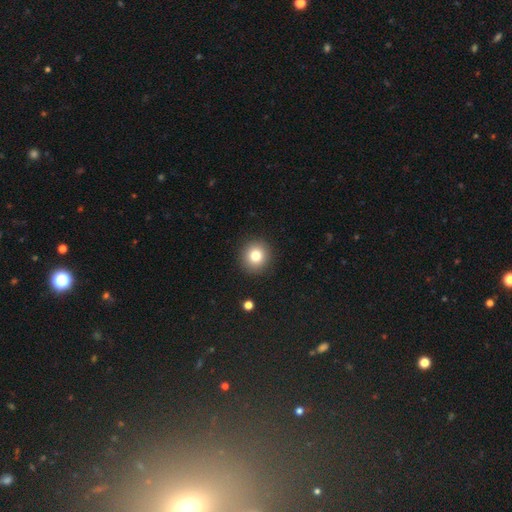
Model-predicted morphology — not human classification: The model was most divided on "smooth or featured": smooth: 81%, star or artifact: 11%, featured or disk: 9%. More confident: how rounded — round (92%); merging — none (91%).